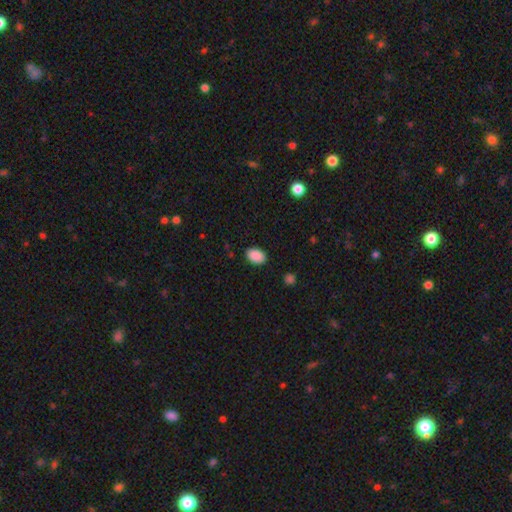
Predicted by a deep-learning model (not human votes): Smooth or featured? smooth (90%)
How rounded? in between (87%)
Merging? none (88%)